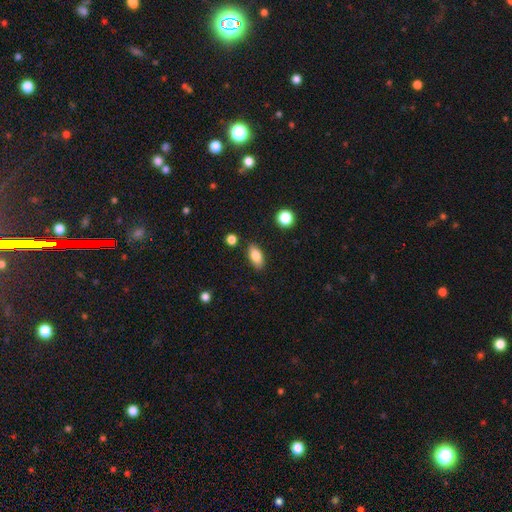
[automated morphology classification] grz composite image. It shows a smooth galaxy with no disk features (82%) that is in between round and cigar-shaped (87%). Merging: none (84%).